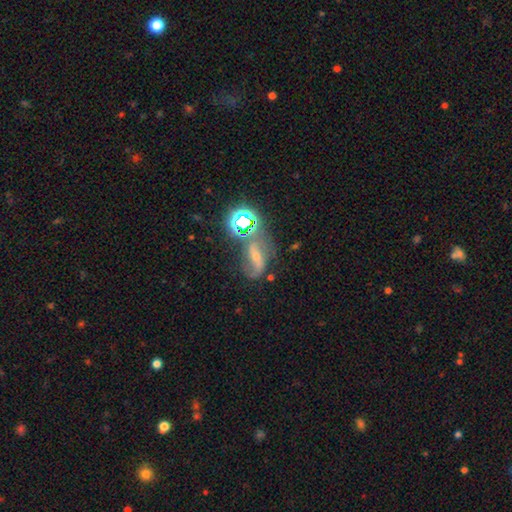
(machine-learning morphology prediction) Smooth or featured?
  - featured or disk: 59% *
  - star or artifact: 26%
  - smooth: 15%
Edge-on disk?
  - no: 94% *
  - yes: 6%
Bar?
  - weak: 36% *
  - strong: 33%
  - no: 31%
Spiral arms?
  - yes: 87% *
  - no: 13%
Bulge size?
  - small: 55% *
  - moderate: 35%
  - none: 5%
  - large: 3%
  - dominant: 2%
Merging?
  - none: 47% *
  - major disturbance: 20%
  - minor disturbance: 20%
  - merger: 14%